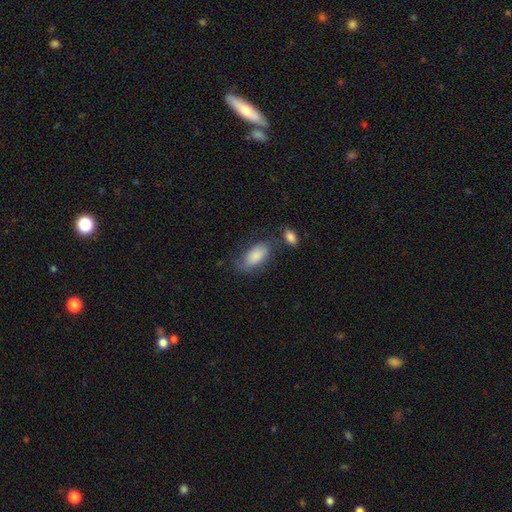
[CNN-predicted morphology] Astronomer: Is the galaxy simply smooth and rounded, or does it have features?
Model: smooth — 83%.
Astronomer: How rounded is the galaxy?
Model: in between — 91%.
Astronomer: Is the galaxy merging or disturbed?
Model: none — 58%.